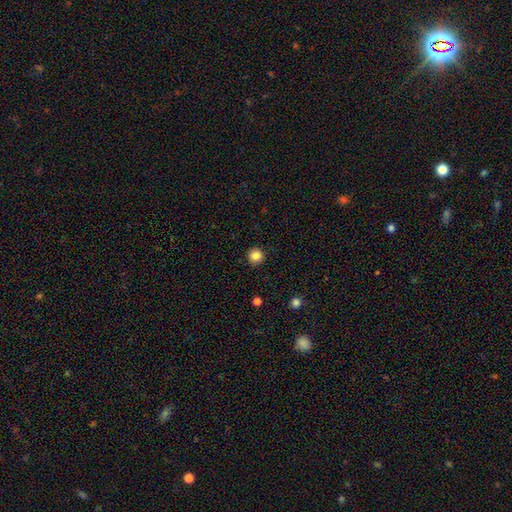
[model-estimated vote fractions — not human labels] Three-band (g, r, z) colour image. It shows a smooth galaxy with no disk features (84%) that is round (95%). Merging: none (92%).